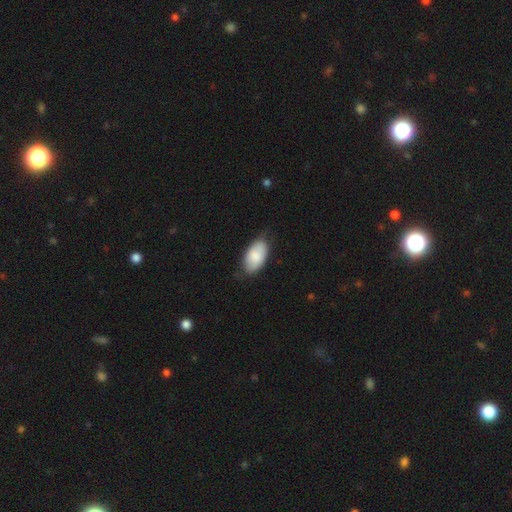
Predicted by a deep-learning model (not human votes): Smooth or featured?
  - smooth: 82% *
  - featured or disk: 12%
  - star or artifact: 6%
How rounded?
  - in between: 95% *
  - round: 3%
  - cigar-shaped: 2%
Merging?
  - none: 70% *
  - minor disturbance: 24%
  - major disturbance: 4%
  - merger: 1%